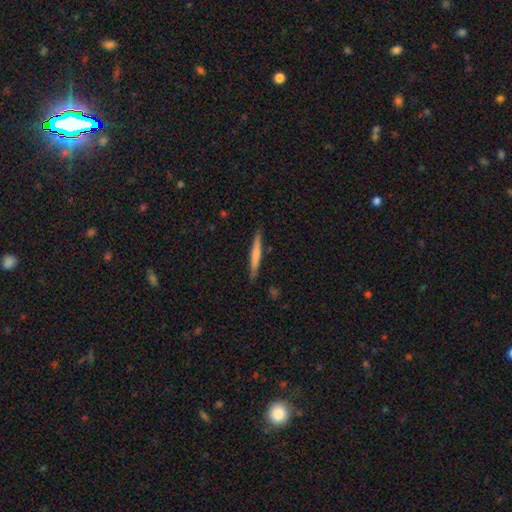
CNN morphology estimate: The model was most divided on "smooth or featured": smooth: 59%, featured or disk: 36%, star or artifact: 6%. More confident: how rounded — cigar-shaped (96%); merging — none (89%).